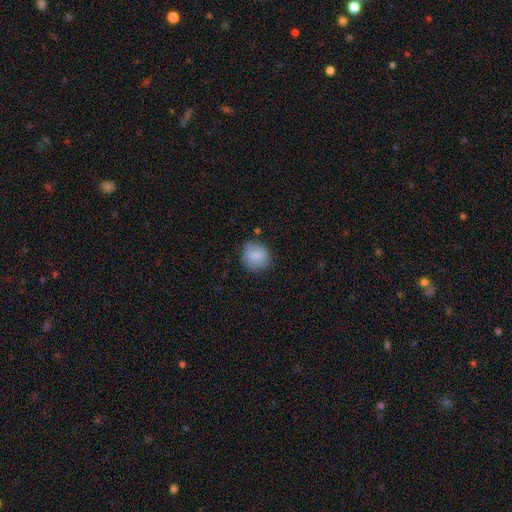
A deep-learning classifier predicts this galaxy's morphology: smooth-or-featured: smooth: 86% | star or artifact: 8% | featured or disk: 7%
  how-rounded: round: 83% | in between: 16% | cigar-shaped: 1%
  merging: none: 78% | minor disturbance: 16% | major disturbance: 4% | merger: 2%